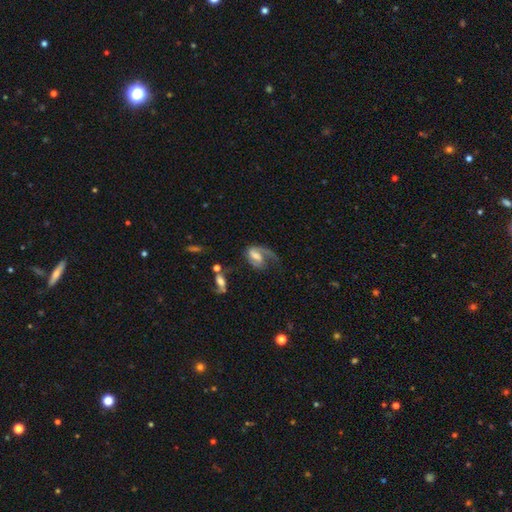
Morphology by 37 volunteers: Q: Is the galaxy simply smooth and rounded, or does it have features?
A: featured or disk — 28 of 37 (76%).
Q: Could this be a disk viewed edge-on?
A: no — 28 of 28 (100%).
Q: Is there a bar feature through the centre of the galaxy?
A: weak — 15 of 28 (54%).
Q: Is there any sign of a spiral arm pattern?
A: yes — 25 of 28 (89%).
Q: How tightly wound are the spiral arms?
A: medium — 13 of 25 (52%).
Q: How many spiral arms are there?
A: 1 — 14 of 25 (56%).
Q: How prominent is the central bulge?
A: large — 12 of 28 (43%).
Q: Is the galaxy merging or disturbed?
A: none — 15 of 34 (44%).